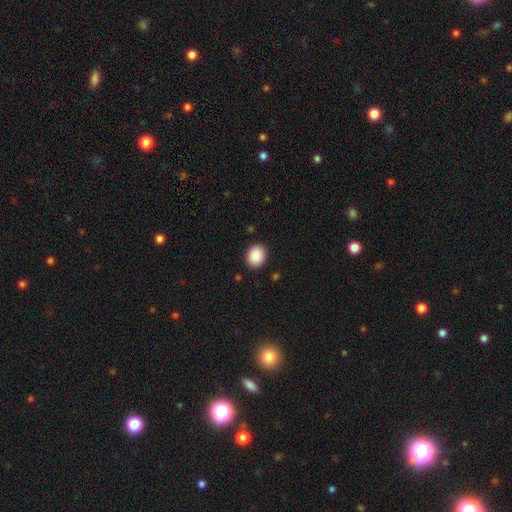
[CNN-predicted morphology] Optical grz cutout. It shows a smooth galaxy with no disk features (90%) that is round (53%). Merging: none (89%).